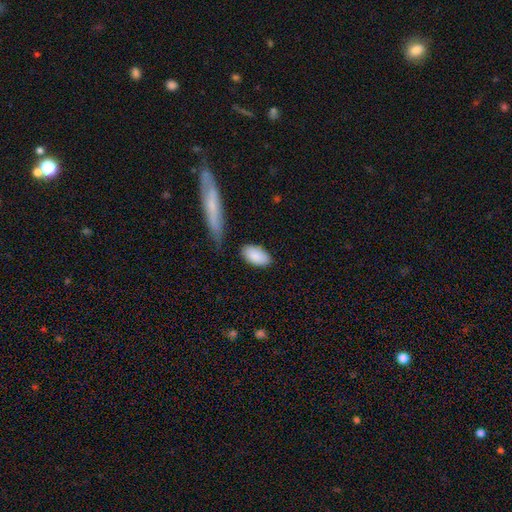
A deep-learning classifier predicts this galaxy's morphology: This appears to be a smooth galaxy with no disk features (88%) that is in between round and cigar-shaped (94%). Merging: none (77%).